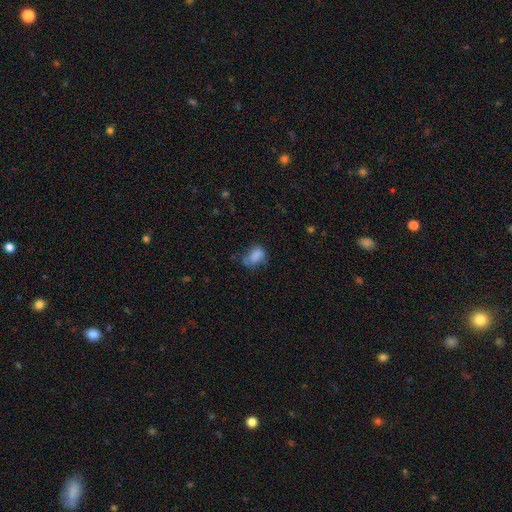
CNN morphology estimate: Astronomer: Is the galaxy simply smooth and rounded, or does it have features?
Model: smooth — 77%.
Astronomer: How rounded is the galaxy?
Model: in between — 78%.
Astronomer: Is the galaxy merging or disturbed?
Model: none — 40% (runner-up: minor disturbance, 32%).